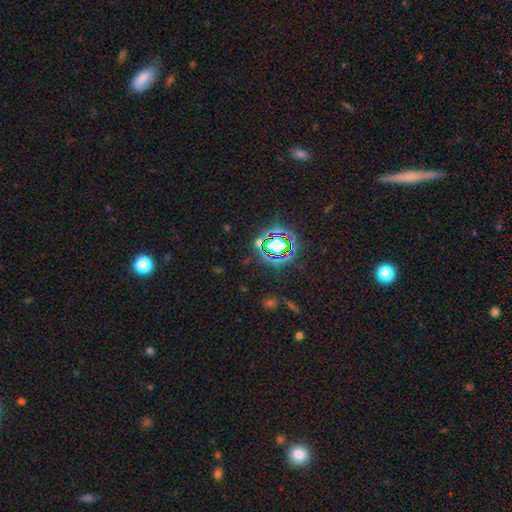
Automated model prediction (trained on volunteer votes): smooth-or-featured: star or artifact: 77% | smooth: 13% | featured or disk: 10%